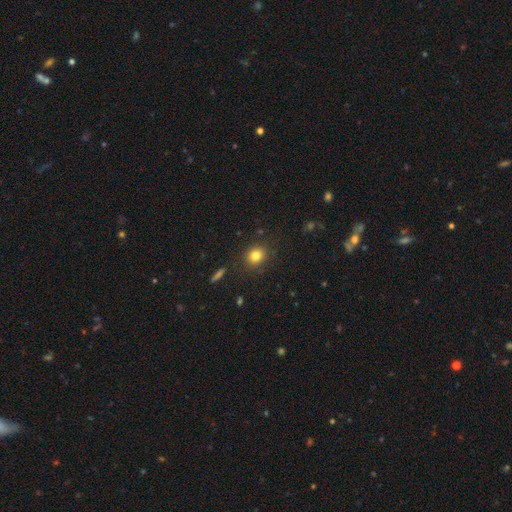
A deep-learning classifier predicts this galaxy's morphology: This appears to be a smooth galaxy with no disk features (81%) that is round (72%). Merging: none (87%).